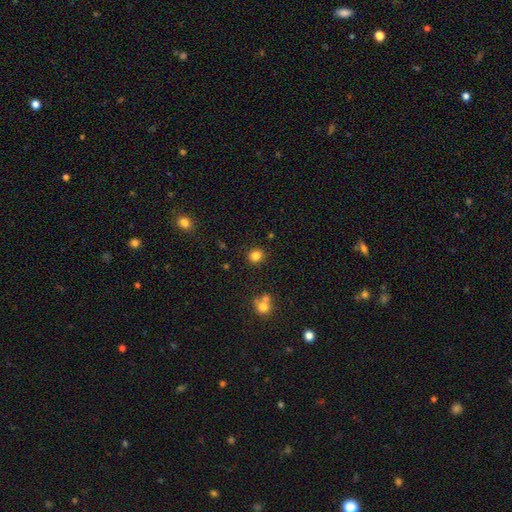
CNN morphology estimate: A smooth galaxy with no disk features (83%) that is round (78%). Merging: none (85%).